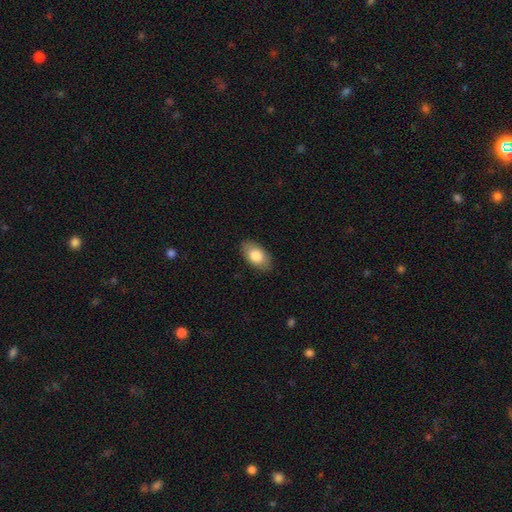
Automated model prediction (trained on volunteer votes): Smooth or featured: smooth — 82% (featured or disk — 12%)
How rounded: in between — 93% (round — 5%)
Merging: none — 87% (minor disturbance — 10%)